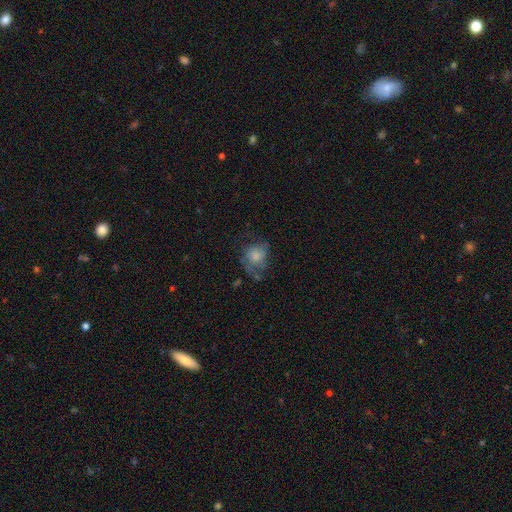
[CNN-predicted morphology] smooth-or-featured: smooth: 54% | featured or disk: 36% | star or artifact: 10%
  how-rounded: round: 64% | in between: 35% | cigar-shaped: 1%
  merging: none: 40% | major disturbance: 31% | minor disturbance: 25% | merger: 3%